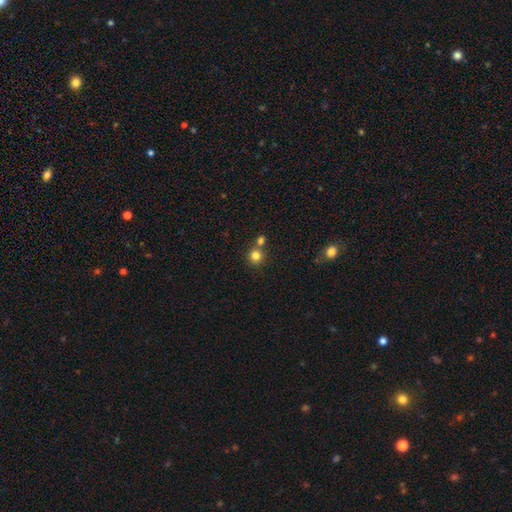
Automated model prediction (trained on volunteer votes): This appears to be a smooth galaxy with no disk features (80%) that is round (92%). Merging: none (66%).